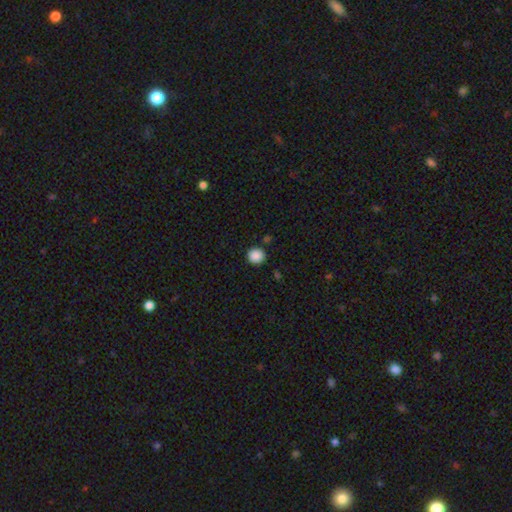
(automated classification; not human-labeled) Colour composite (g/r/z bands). It shows a smooth galaxy with no disk features (88%) that is round (90%). Merging: none (88%).